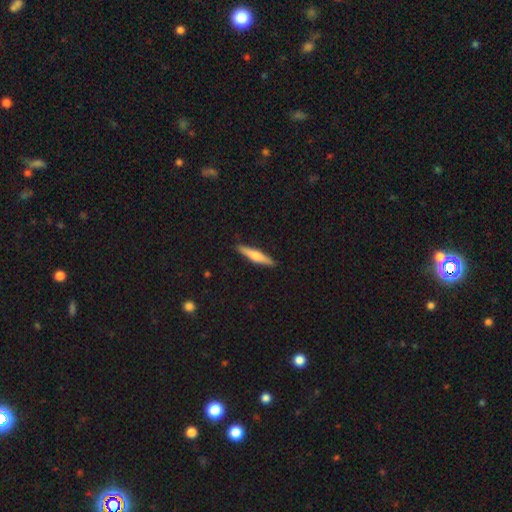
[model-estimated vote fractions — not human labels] Smooth or featured? featured or disk (48%)
Merging? none (90%)